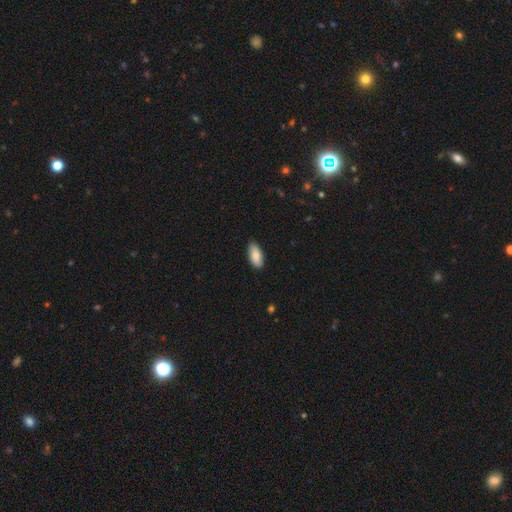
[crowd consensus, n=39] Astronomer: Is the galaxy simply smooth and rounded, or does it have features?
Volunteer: smooth — 82%.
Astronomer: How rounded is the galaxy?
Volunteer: in between — 91%.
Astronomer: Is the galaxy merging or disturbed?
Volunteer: none — 82%.